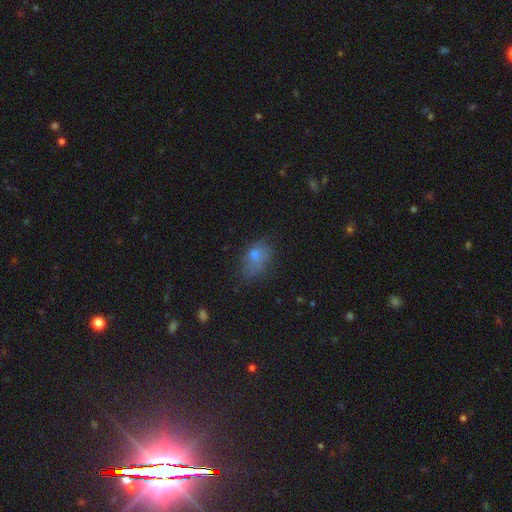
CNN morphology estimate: Smooth or featured: smooth — 72% (featured or disk — 16%)
How rounded: in between — 82% (round — 16%)
Merging: none — 50% (minor disturbance — 31%)